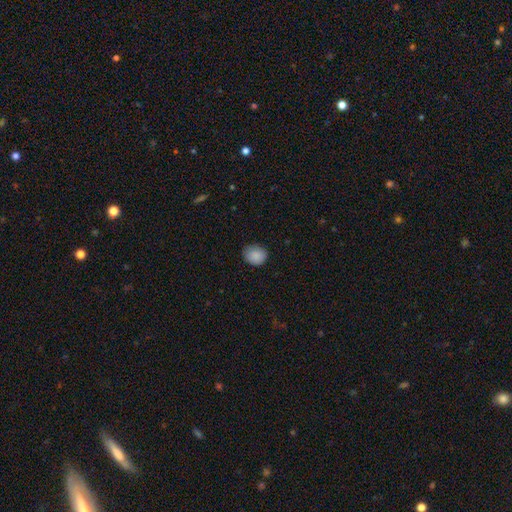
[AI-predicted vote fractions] Overall: smooth (88%). How rounded: round (62%; in between 37%). Merging: none (77%).